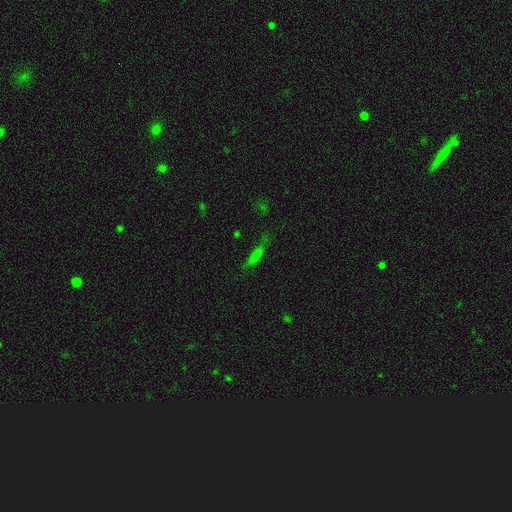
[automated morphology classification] The model was most divided on "smooth or featured": smooth: 61%, featured or disk: 20%, star or artifact: 19%. More confident: how rounded — cigar-shaped (78%); merging — none (65%).